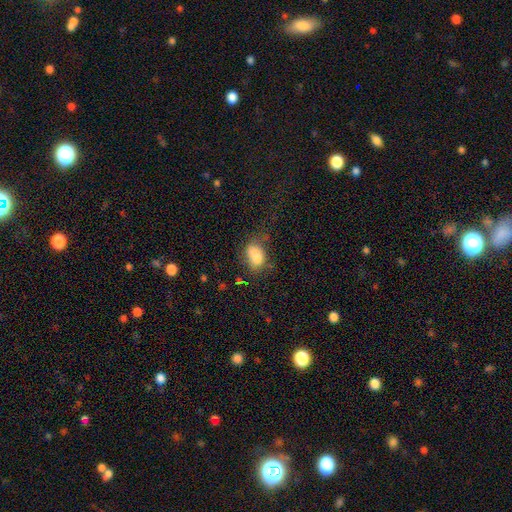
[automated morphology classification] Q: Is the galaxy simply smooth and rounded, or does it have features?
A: smooth — 76%.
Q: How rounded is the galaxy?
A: in between — 82%.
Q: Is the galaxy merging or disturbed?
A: none — 40%.